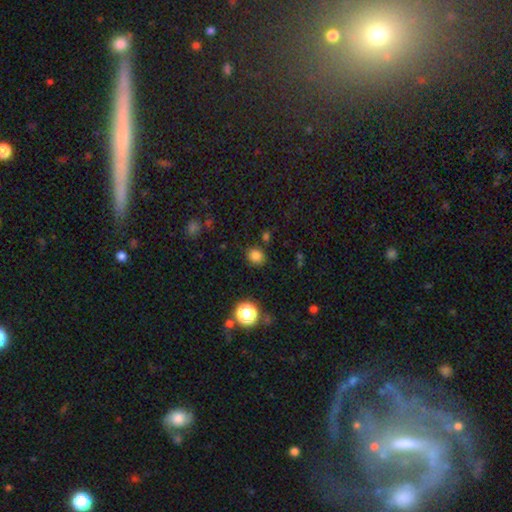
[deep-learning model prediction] Smooth or featured? smooth (80%)
How rounded? round (76%)
Merging? none (83%)